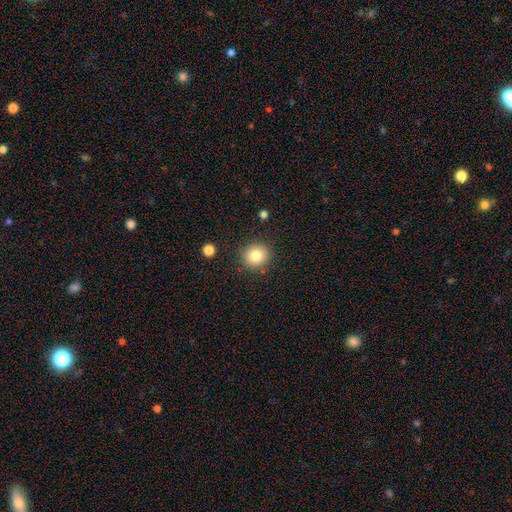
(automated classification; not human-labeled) smooth_or_featured: smooth (p=0.80) [alt: star or artifact p=0.12]
how_rounded: round (p=0.88) [alt: in between p=0.12]
merging: none (p=0.88) [alt: minor disturbance p=0.08]